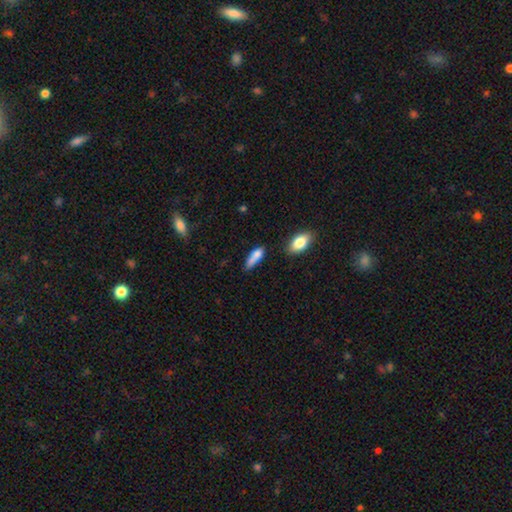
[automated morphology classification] This is likely a smooth galaxy (78%). How rounded: possibly in between (54%). Merging: marginally none (45%).